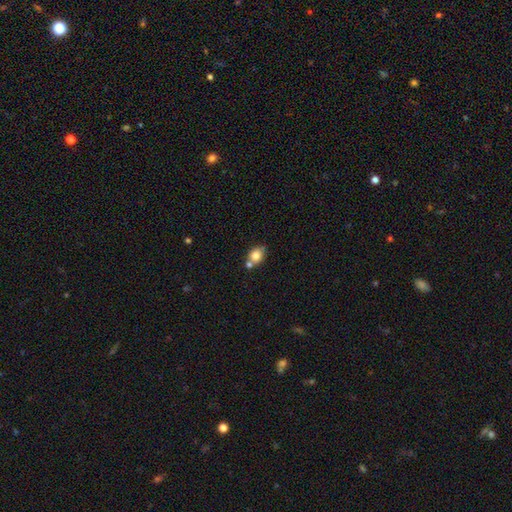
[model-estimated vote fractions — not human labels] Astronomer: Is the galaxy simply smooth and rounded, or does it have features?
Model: smooth — 79%.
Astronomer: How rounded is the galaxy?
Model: round — 59% (runner-up: in between, 40%).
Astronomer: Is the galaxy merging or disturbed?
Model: none — 55%.